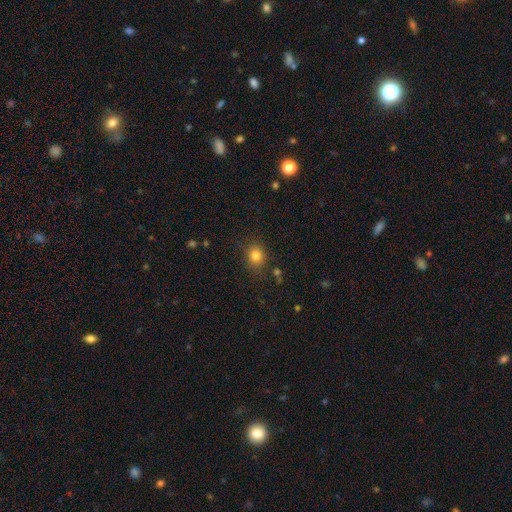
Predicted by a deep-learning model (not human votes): Overall: smooth (81%). How rounded: round (71%). Merging: none (83%).